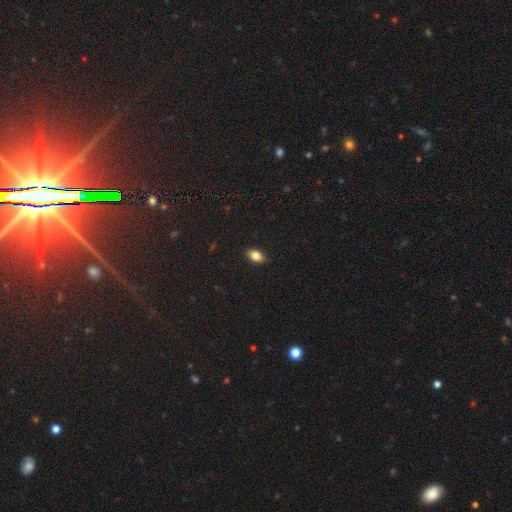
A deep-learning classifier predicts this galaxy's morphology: smooth_or_featured: smooth (p=0.81) [alt: featured or disk p=0.10]
how_rounded: in between (p=0.88) [alt: round p=0.08]
merging: none (p=0.88) [alt: minor disturbance p=0.09]